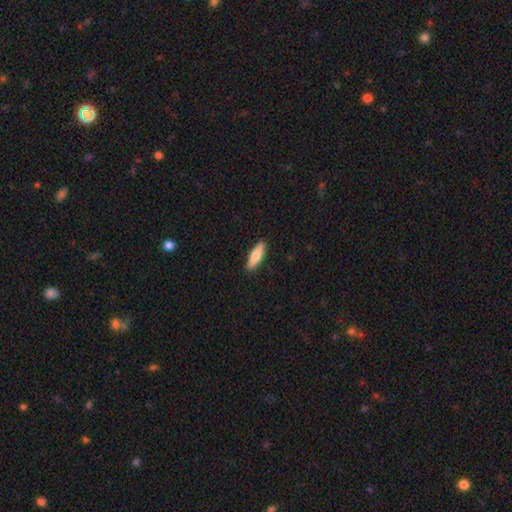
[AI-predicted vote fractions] smooth 75%, featured or disk 19%, star or artifact 6%. Down the decision tree: how rounded — cigar-shaped (57%); merging — none (90%).